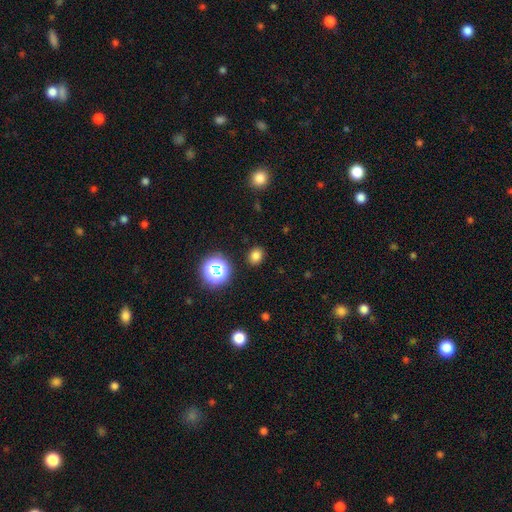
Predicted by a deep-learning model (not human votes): This appears to be a smooth galaxy with no disk features (76%) that is round (55%). Merging: none (88%).